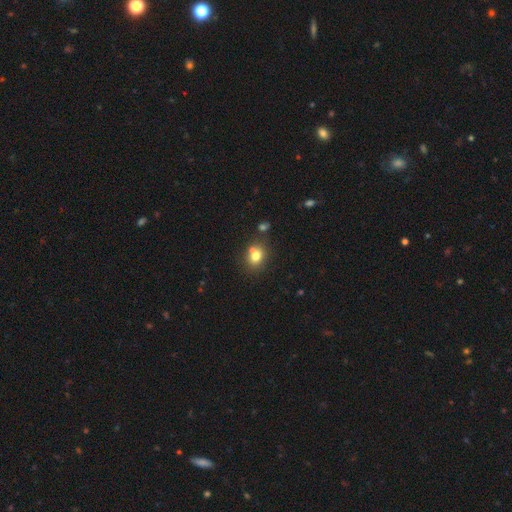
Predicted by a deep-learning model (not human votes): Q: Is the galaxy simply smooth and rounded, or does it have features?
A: smooth — 75%.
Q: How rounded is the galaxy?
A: round — 59%.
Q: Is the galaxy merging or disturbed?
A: none — 57%.